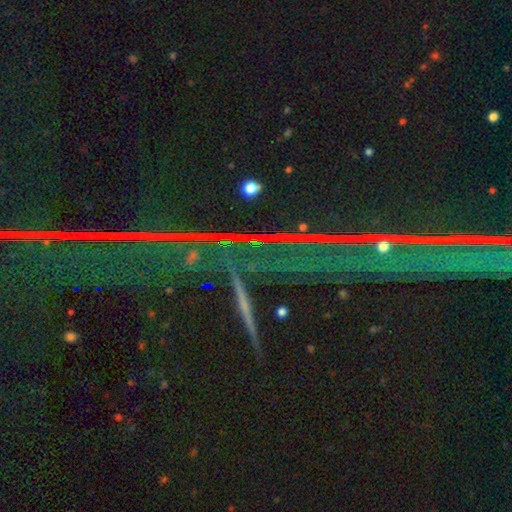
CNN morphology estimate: type=star or artifact (84%).